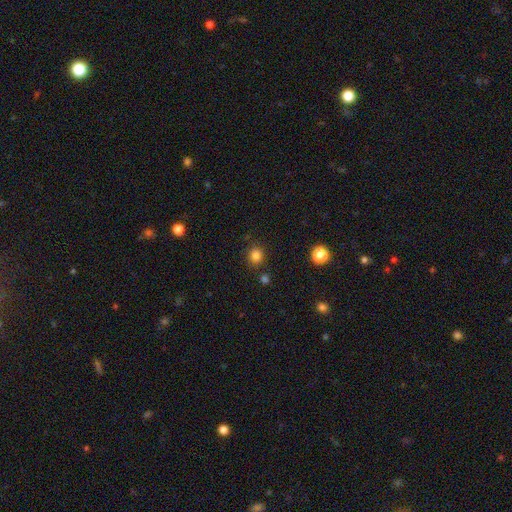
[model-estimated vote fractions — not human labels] smooth_or_featured: smooth (p=0.83) [alt: star or artifact p=0.13]
how_rounded: round (p=0.86) [alt: in between p=0.13]
merging: none (p=0.85) [alt: minor disturbance p=0.08]